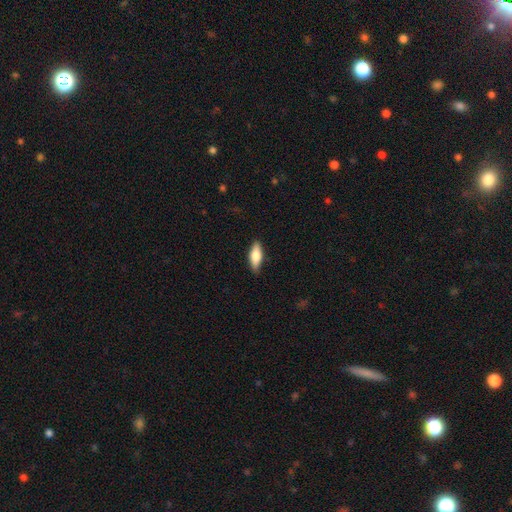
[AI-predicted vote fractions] The model was most divided on "how rounded": in between: 66%, cigar-shaped: 32%, round: 3%. More confident: merging — none (86%); smooth or featured — smooth (66%).